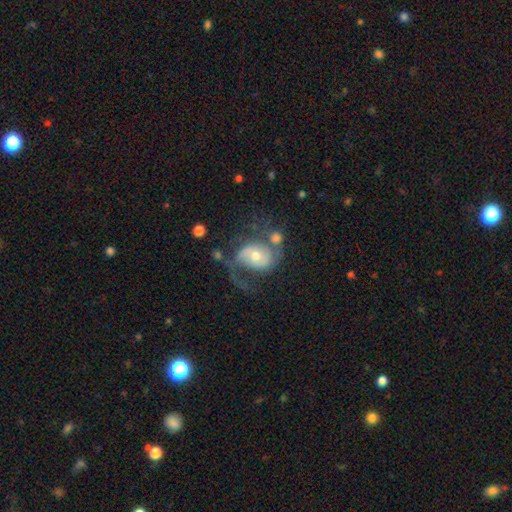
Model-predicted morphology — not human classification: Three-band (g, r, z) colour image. It shows a featured or disk galaxy (75%) with no bar (61%), 2 (68%) medium (42%) spiral arms (88%) and a moderate central bulge (57%). Merging: none (36%).